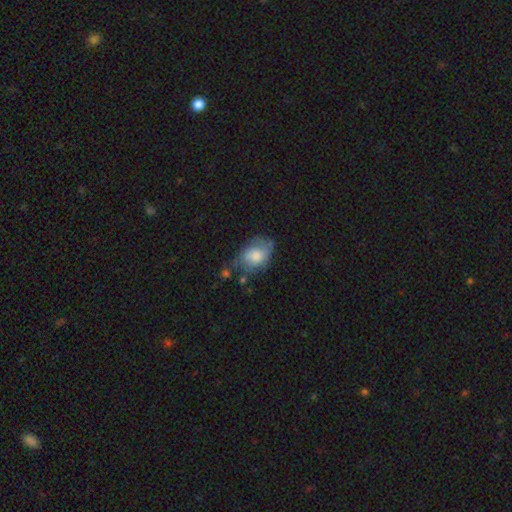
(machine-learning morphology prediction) smooth-or-featured: smooth: 59% | featured or disk: 33% | star or artifact: 8%
  how-rounded: in between: 77% | round: 22% | cigar-shaped: 1%
  merging: none: 48% | minor disturbance: 32% | major disturbance: 15% | merger: 6%